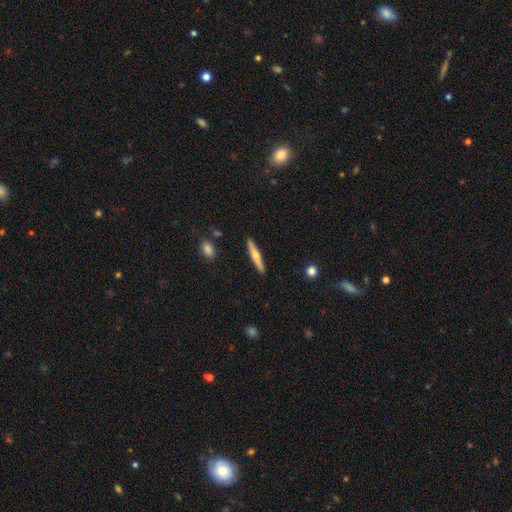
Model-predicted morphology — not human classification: Smooth or featured: featured or disk — 47% (tied with smooth — 47%)
Merging: none — 90% (minor disturbance — 7%)